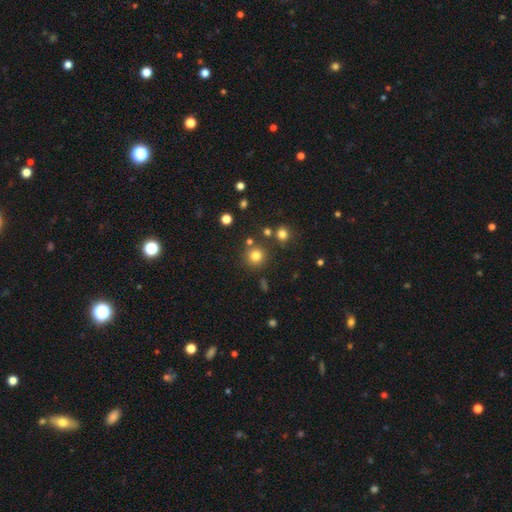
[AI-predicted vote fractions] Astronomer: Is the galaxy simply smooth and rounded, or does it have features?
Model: smooth — 79%.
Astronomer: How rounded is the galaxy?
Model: round — 93%.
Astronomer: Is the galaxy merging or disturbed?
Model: none — 82%.